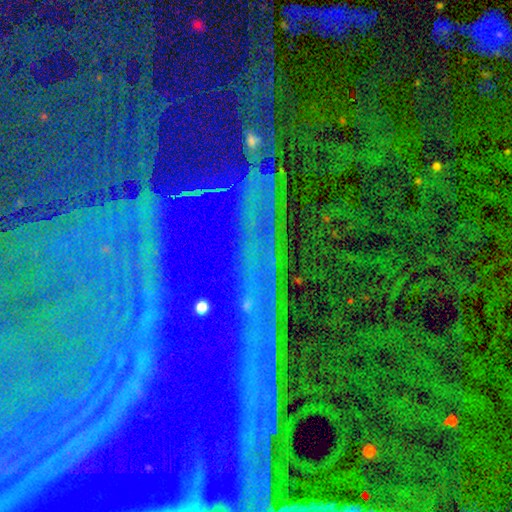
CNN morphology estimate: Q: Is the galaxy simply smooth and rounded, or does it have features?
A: star or artifact — 86%.